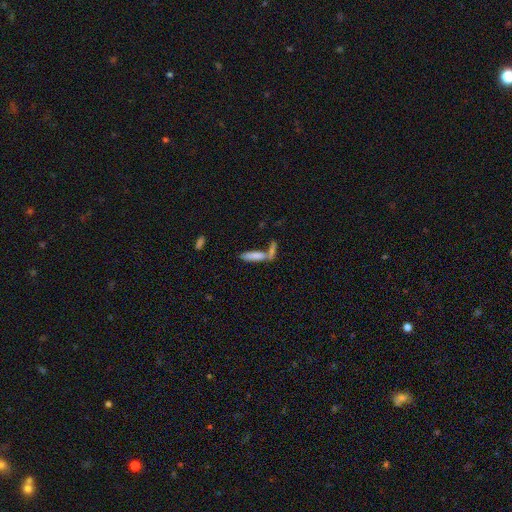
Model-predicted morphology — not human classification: Q: Smooth or featured?
A: smooth (76%); runner-up: featured or disk (16%)
Q: How rounded?
A: cigar-shaped (64%); runner-up: in between (34%)
Q: Merging?
A: none (44%); runner-up: merger (40%)